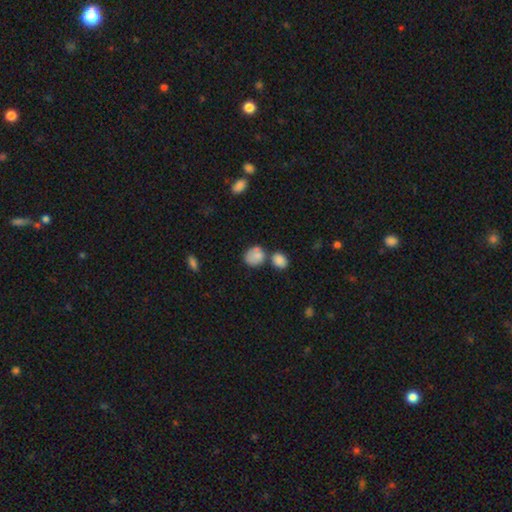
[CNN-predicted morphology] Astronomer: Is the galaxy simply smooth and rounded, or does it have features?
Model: smooth — 83%.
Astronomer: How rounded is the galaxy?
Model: round — 57% (runner-up: in between, 42%).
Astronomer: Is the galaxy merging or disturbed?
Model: none — 50% (runner-up: merger, 30%).